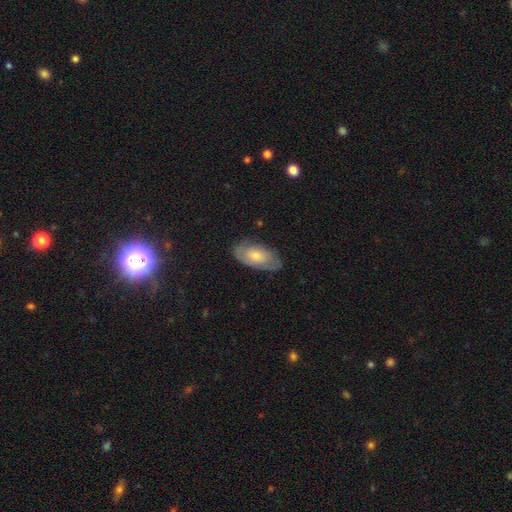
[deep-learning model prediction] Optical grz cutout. It shows a smooth galaxy with no disk features (47%). Merging: none (77%).